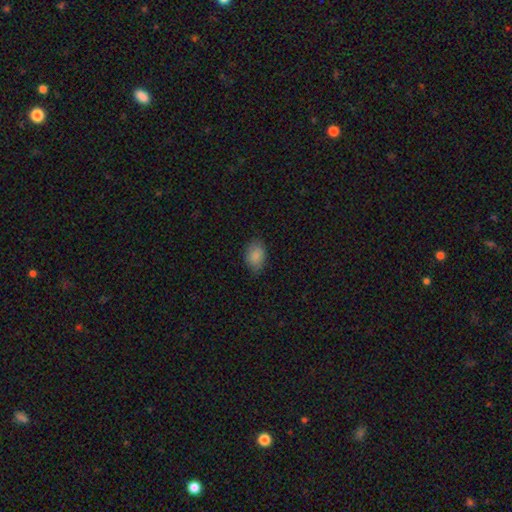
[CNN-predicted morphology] smooth-or-featured: smooth: 87% | star or artifact: 7% | featured or disk: 6%
  how-rounded: in between: 80% | round: 19% | cigar-shaped: 1%
  merging: none: 78% | minor disturbance: 18% | major disturbance: 4% | merger: 1%